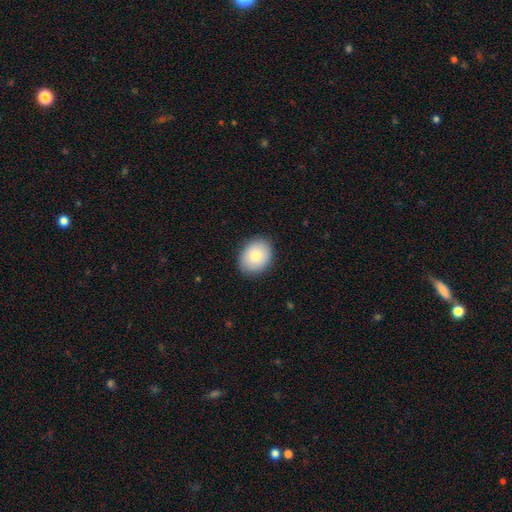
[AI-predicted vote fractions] Smooth or featured?
  - smooth: 83% *
  - featured or disk: 10%
  - star or artifact: 7%
How rounded?
  - in between: 58% *
  - round: 41%
  - cigar-shaped: 1%
Merging?
  - none: 87% *
  - minor disturbance: 10%
  - major disturbance: 2%
  - merger: 1%